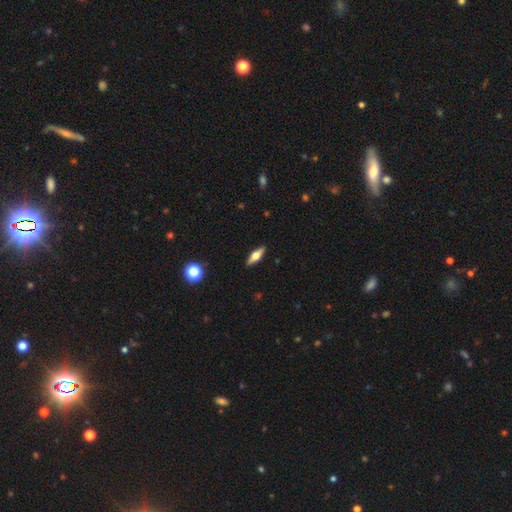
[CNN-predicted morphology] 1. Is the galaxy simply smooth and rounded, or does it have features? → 59% featured or disk, 34% smooth, 7% star or artifact.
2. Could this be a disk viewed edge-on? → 95% yes, 5% no.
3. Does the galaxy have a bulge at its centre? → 94% rounded, 5% boxy, 2% none.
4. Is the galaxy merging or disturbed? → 90% none, 7% minor disturbance, 2% major disturbance, 1% merger.